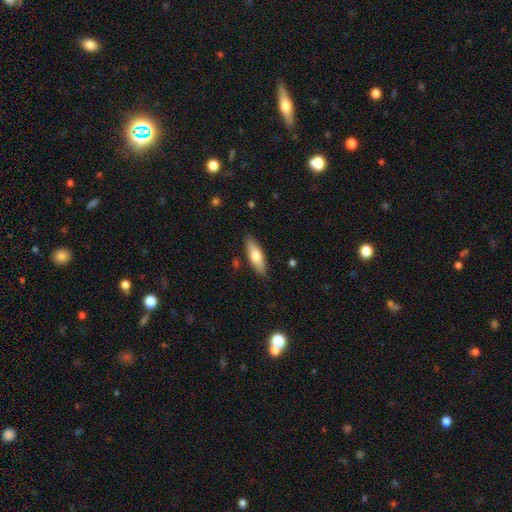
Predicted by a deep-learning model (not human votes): Smooth or featured? Predicted: smooth (p=0.69). How rounded? Predicted: in between (p=0.57). Merging? Predicted: none (p=0.86).